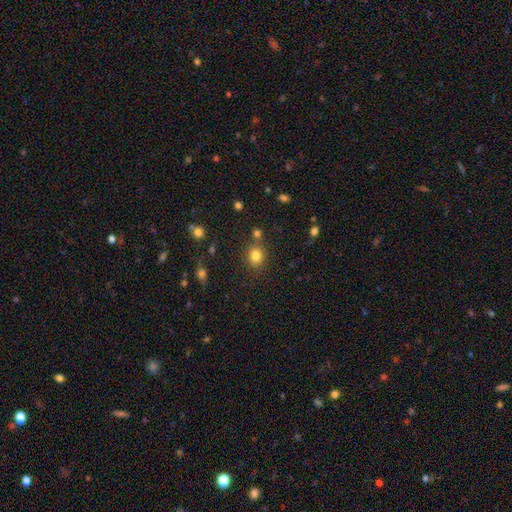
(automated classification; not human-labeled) Smooth or featured?
  - smooth: 81% *
  - star or artifact: 13%
  - featured or disk: 6%
How rounded?
  - round: 68% *
  - in between: 31%
  - cigar-shaped: 1%
Merging?
  - none: 75% *
  - minor disturbance: 11%
  - merger: 11%
  - major disturbance: 4%